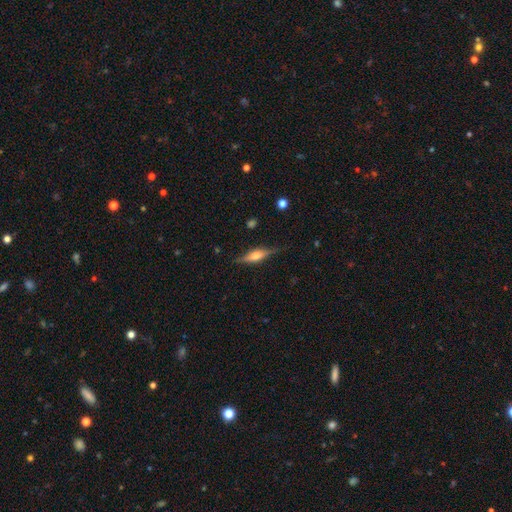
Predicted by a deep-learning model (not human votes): The model was most divided on "smooth or featured": featured or disk: 64%, smooth: 29%, star or artifact: 7%. More confident: edge-on disk — yes (95%); merging — none (82%); edge-on bulge — rounded (76%).